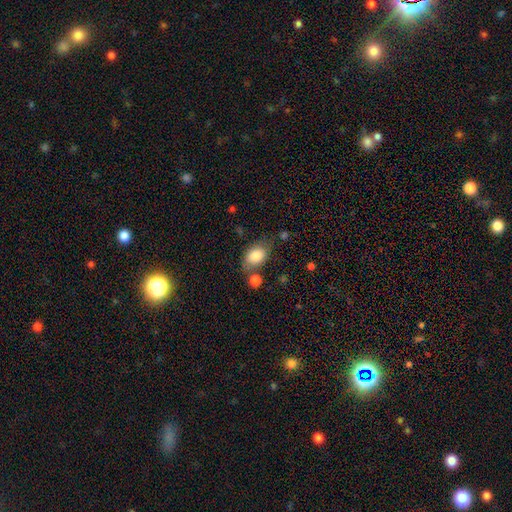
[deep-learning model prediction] Smooth or featured?
  - smooth: 84% *
  - featured or disk: 9%
  - star or artifact: 8%
How rounded?
  - in between: 81% *
  - round: 17%
  - cigar-shaped: 1%
Merging?
  - none: 61% *
  - minor disturbance: 20%
  - merger: 12%
  - major disturbance: 7%